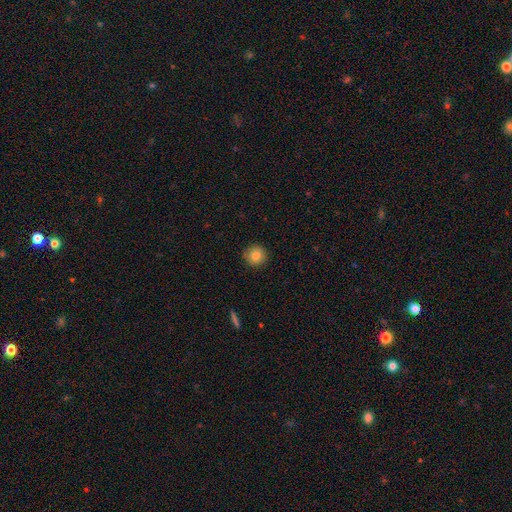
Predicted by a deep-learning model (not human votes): Q: Smooth or featured?
A: smooth (82%); runner-up: star or artifact (10%)
Q: How rounded?
A: round (94%); runner-up: in between (5%)
Q: Merging?
A: none (90%); runner-up: minor disturbance (7%)